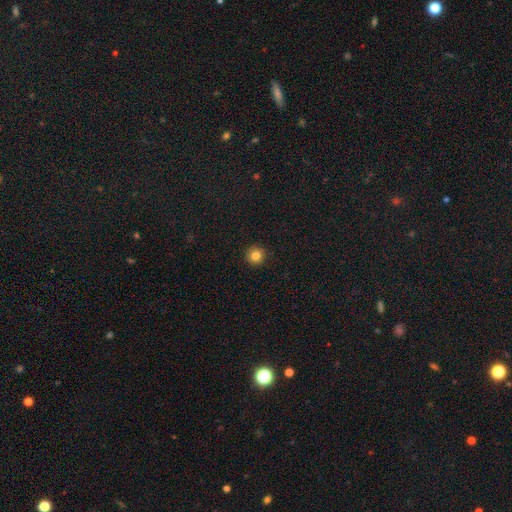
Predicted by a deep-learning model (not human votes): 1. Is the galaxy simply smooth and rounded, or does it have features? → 83% smooth, 11% star or artifact, 5% featured or disk.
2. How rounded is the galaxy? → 94% round, 5% in between, 1% cigar-shaped.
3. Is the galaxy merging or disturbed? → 93% none, 5% minor disturbance, 2% major disturbance, 1% merger.